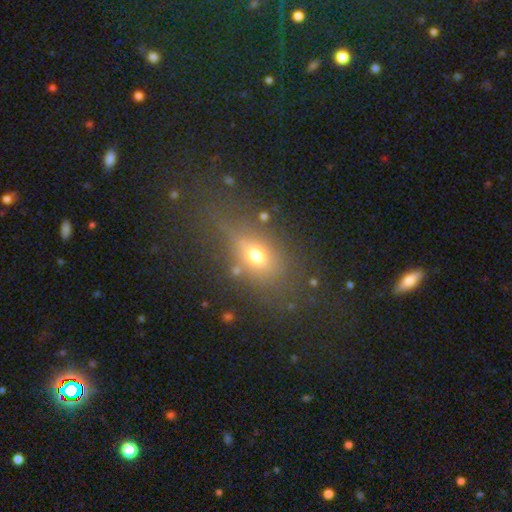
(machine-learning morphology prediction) This is likely a smooth galaxy (62%). How rounded: likely in between (67%). Merging: possibly none (59%).